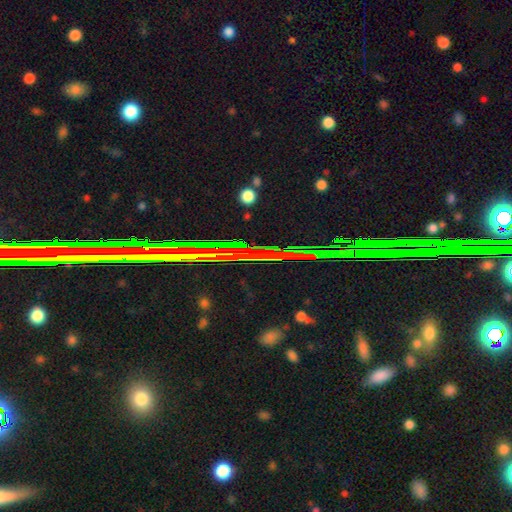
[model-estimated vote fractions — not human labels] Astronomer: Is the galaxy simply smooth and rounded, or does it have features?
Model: star or artifact — 75%.